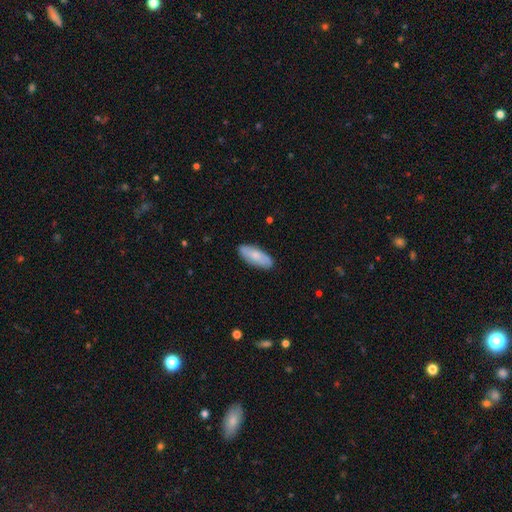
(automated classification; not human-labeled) A smooth galaxy with no disk features (73%) that is in between round and cigar-shaped (77%).

Vote fractions:
- Smooth or featured? smooth: 73% / featured or disk: 22% / star or artifact: 6%
- How rounded? in between: 77% / cigar-shaped: 21% / round: 2%
- Merging? none: 86% / minor disturbance: 11% / major disturbance: 2% / merger: 1%